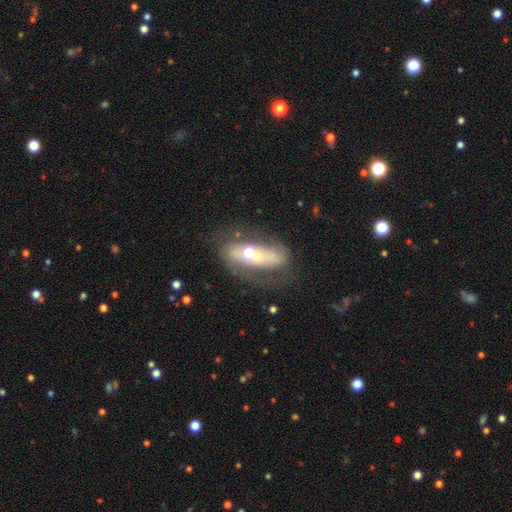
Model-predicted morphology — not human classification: The model was most divided on "merging": none: 35%, merger: 31%, minor disturbance: 17%, major disturbance: 17%. More confident: edge-on disk — no (81%); bar — no (68%); smooth or featured — featured or disk (62%); spiral arms — no (61%); bulge size — moderate (57%).